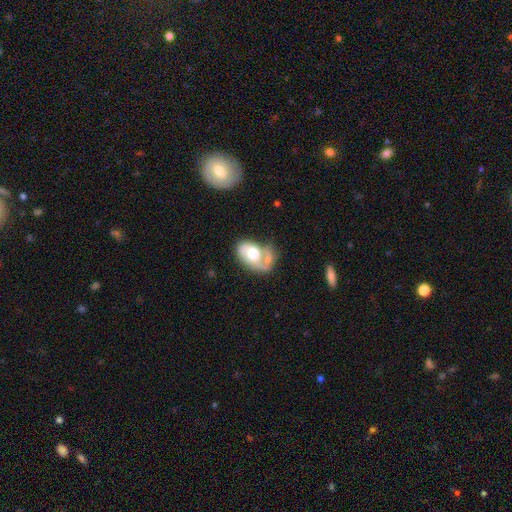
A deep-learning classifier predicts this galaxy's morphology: smooth_or_featured: featured or disk (p=0.65) [alt: smooth p=0.29]
disk_edge_on: no (p=0.96) [alt: yes p=0.04]
bar: no (p=0.73) [alt: weak p=0.21]
has_spiral_arms: yes (p=0.71) [alt: no p=0.29]
bulge_size: moderate (p=0.63) [alt: large p=0.27]
merging: none (p=0.36) [alt: merger p=0.23]